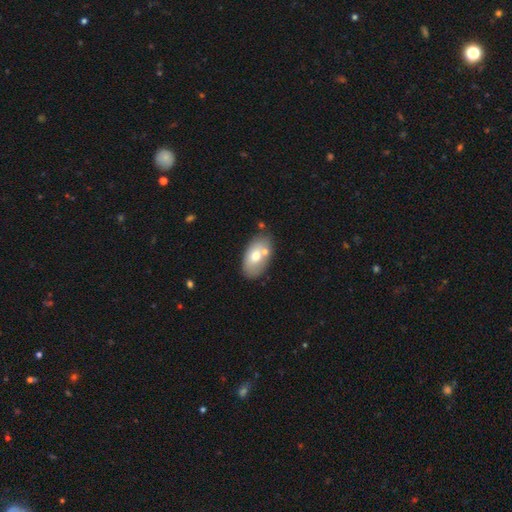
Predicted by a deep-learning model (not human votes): Smooth or featured? smooth (67%)
How rounded? in between (93%)
Merging? none (67%)